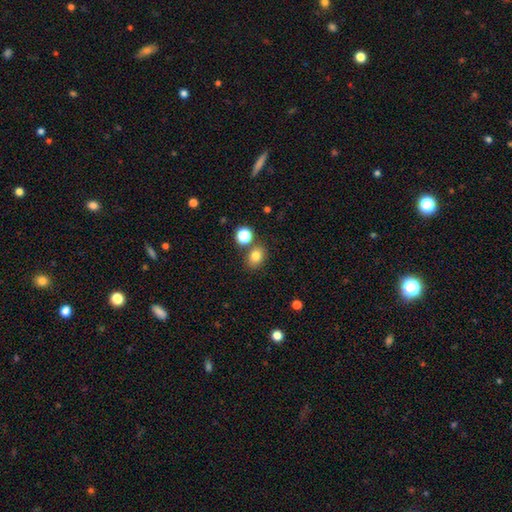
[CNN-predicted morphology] Smooth or featured?
  - smooth: 80% *
  - star or artifact: 13%
  - featured or disk: 7%
How rounded?
  - in between: 51% *
  - round: 48%
  - cigar-shaped: 1%
Merging?
  - none: 76% *
  - merger: 11%
  - minor disturbance: 10%
  - major disturbance: 3%